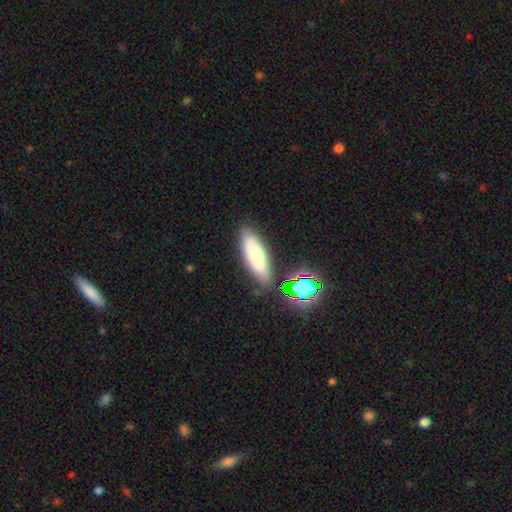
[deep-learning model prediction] smooth-or-featured: smooth: 69% | featured or disk: 21% | star or artifact: 10%
  how-rounded: in between: 51% | cigar-shaped: 46% | round: 2%
  merging: none: 80% | minor disturbance: 13% | merger: 4% | major disturbance: 3%